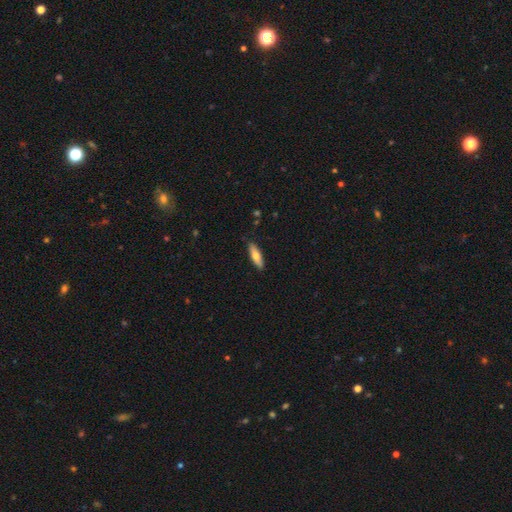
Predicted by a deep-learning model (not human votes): Overall: smooth (68%). How rounded: cigar-shaped (56%; in between 42%). Merging: none (88%).